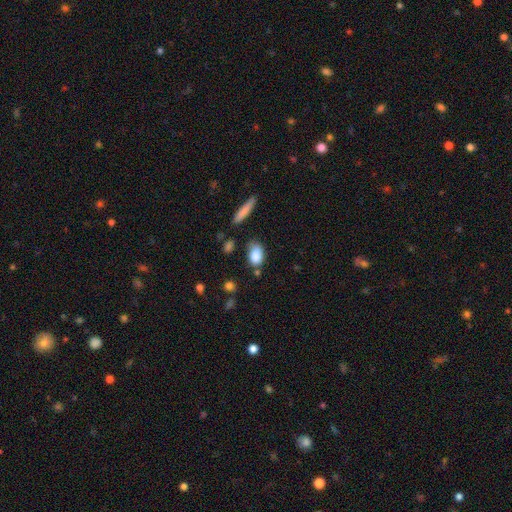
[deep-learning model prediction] smooth_or_featured: smooth (p=0.83) [alt: featured or disk p=0.08]
how_rounded: in between (p=0.84) [alt: round p=0.12]
merging: none (p=0.54) [alt: minor disturbance p=0.27]